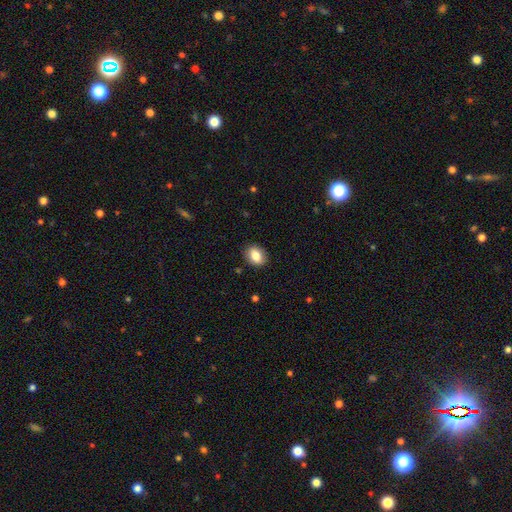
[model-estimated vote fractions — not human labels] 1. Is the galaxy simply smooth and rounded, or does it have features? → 82% smooth, 10% featured or disk, 8% star or artifact.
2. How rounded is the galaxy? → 65% in between, 34% round, 1% cigar-shaped.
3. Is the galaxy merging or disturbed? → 88% none, 9% minor disturbance, 2% major disturbance, 1% merger.